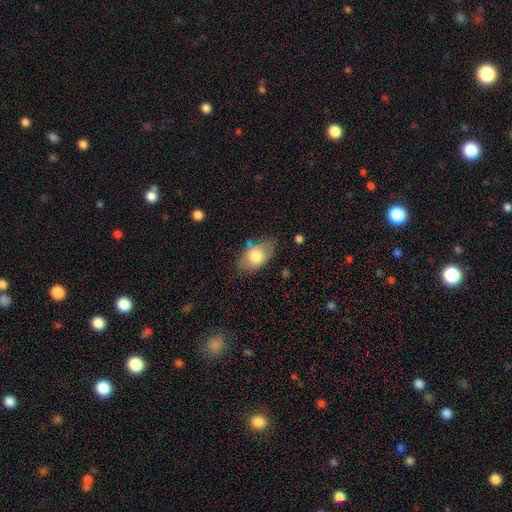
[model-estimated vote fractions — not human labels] A smooth galaxy with no disk features (73%) that is in between round and cigar-shaped (90%).

Vote fractions:
- Smooth or featured? smooth: 73% / featured or disk: 20% / star or artifact: 7%
- How rounded? in between: 90% / round: 8% / cigar-shaped: 2%
- Merging? none: 68% / minor disturbance: 23% / major disturbance: 7% / merger: 2%